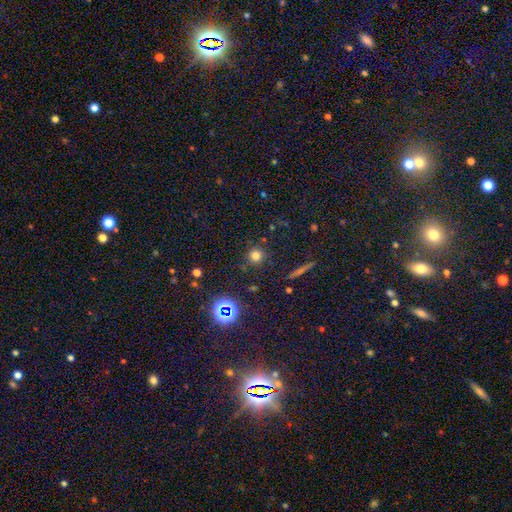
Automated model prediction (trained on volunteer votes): smooth_or_featured: smooth (p=0.72) [alt: star or artifact p=0.21]
how_rounded: round (p=0.93) [alt: in between p=0.05]
merging: none (p=0.85) [alt: minor disturbance p=0.08]